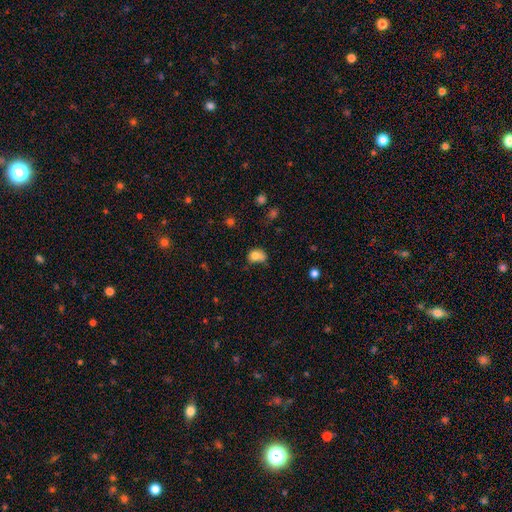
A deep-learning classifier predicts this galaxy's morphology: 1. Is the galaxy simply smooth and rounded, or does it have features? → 79% smooth, 11% star or artifact, 10% featured or disk.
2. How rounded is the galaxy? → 60% in between, 39% round, 1% cigar-shaped.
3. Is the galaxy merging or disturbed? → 39% none, 36% minor disturbance, 16% major disturbance, 9% merger.